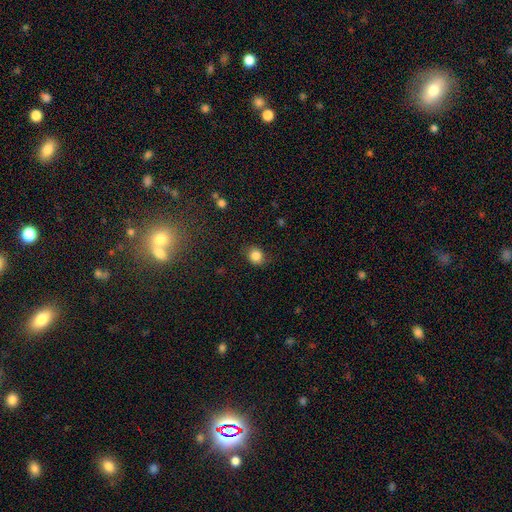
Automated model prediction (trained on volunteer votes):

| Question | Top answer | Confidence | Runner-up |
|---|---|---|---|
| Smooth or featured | smooth | 84% | star or artifact (10%) |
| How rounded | round | 69% | in between (31%) |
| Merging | none | 79% | minor disturbance (16%) |